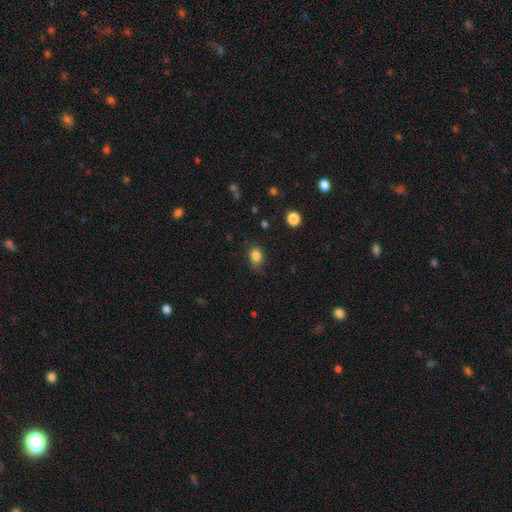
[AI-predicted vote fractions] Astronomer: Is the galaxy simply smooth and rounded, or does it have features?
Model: smooth — 84%.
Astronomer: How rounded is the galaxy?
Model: in between — 66%.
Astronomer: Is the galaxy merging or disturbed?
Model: none — 72%.